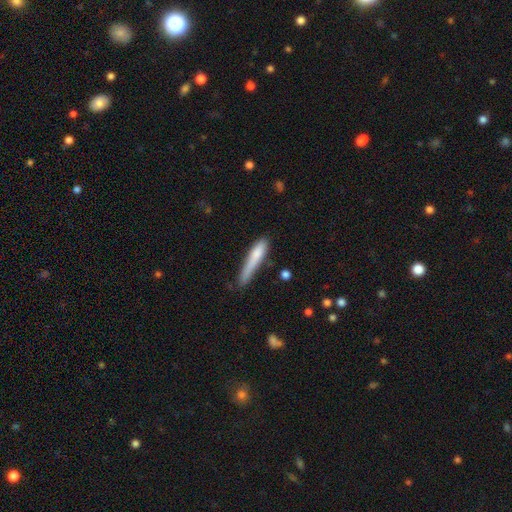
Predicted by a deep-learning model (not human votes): Q: Smooth or featured?
A: smooth (75%); runner-up: featured or disk (19%)
Q: How rounded?
A: cigar-shaped (89%); runner-up: in between (9%)
Q: Merging?
A: none (48%); runner-up: minor disturbance (33%)